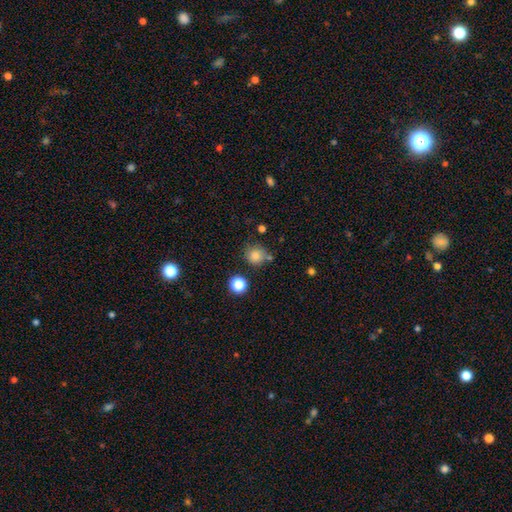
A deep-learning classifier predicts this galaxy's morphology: This appears to be a smooth galaxy with no disk features (82%) that is round (88%). Merging: none (69%).